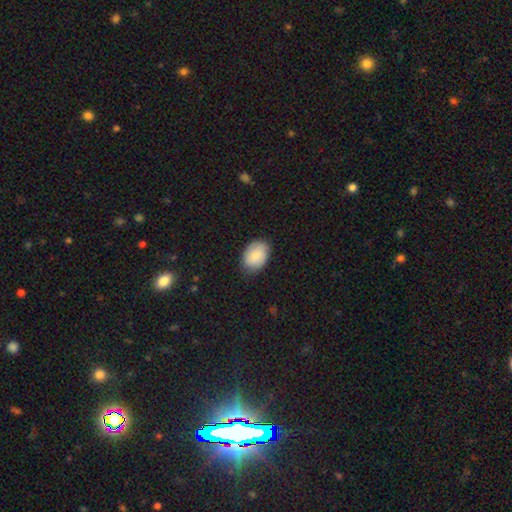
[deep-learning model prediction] This is clearly a smooth galaxy (82%). How rounded: likely in between (78%). Merging: clearly none (82%).